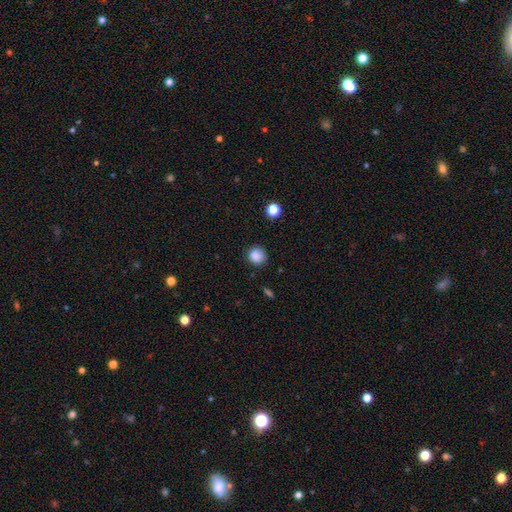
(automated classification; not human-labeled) The model was most divided on "merging": none: 84%, minor disturbance: 12%, major disturbance: 3%, merger: 2%. More confident: how rounded — round (90%); smooth or featured — smooth (86%).